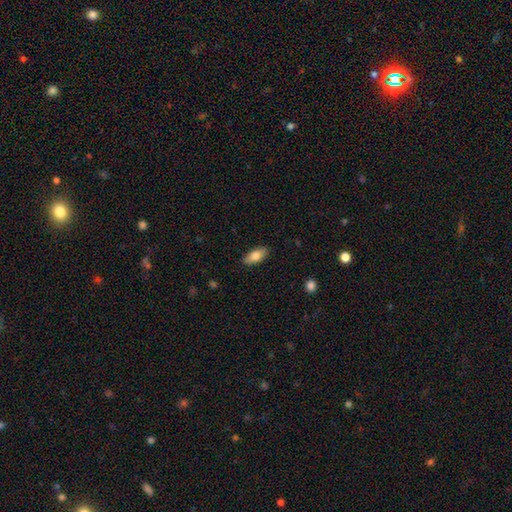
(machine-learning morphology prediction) Smooth or featured: smooth — 77% (featured or disk — 17%)
How rounded: in between — 83% (cigar-shaped — 14%)
Merging: none — 88% (minor disturbance — 9%)